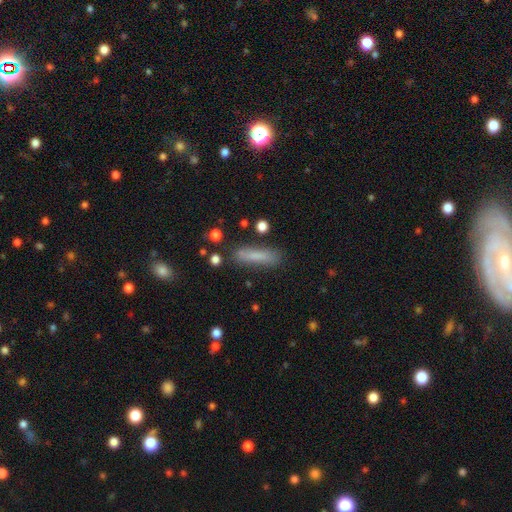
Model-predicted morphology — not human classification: Overall: smooth (77%). How rounded: cigar-shaped (77%). Merging: none (79%).